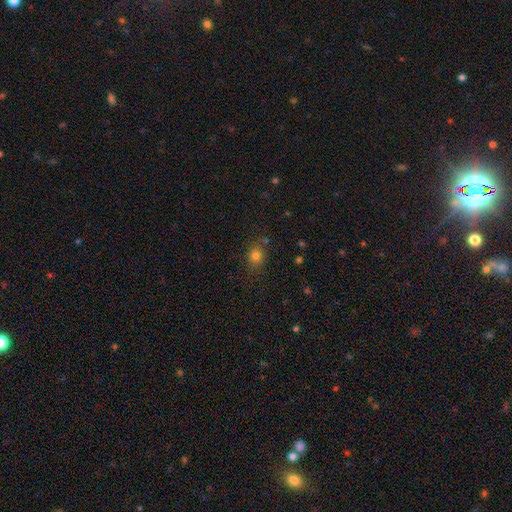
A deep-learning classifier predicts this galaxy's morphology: Smooth or featured? smooth (78%)
How rounded? round (71%)
Merging? none (78%)